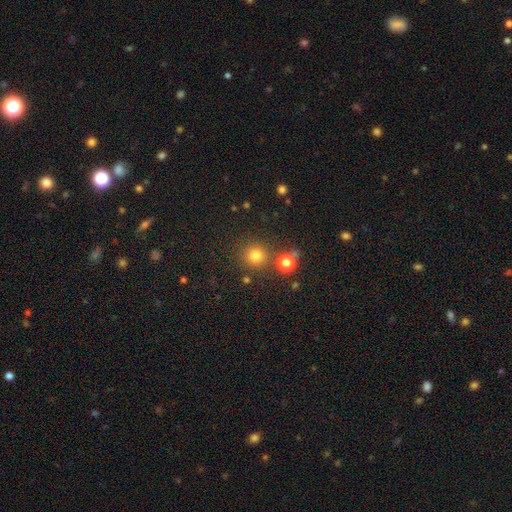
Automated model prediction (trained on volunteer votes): This appears to be a smooth galaxy with no disk features (77%) that is round (93%). Merging: none (82%).